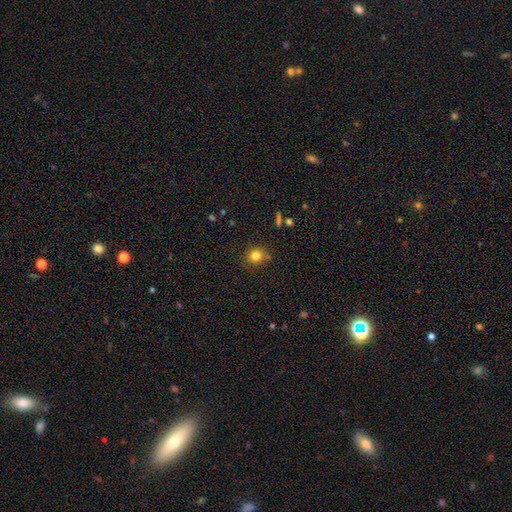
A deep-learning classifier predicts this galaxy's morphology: Q: Smooth or featured?
A: smooth (81%); runner-up: star or artifact (13%)
Q: How rounded?
A: round (78%); runner-up: in between (21%)
Q: Merging?
A: none (83%); runner-up: minor disturbance (11%)